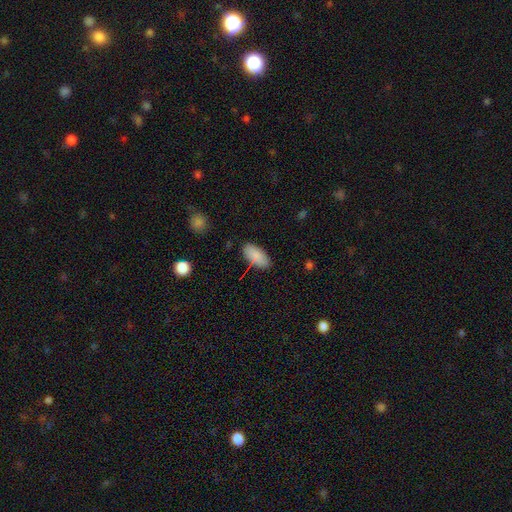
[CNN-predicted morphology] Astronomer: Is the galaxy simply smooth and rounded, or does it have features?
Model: smooth — 87%.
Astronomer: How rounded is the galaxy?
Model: in between — 92%.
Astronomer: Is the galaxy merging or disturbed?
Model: none — 81%.